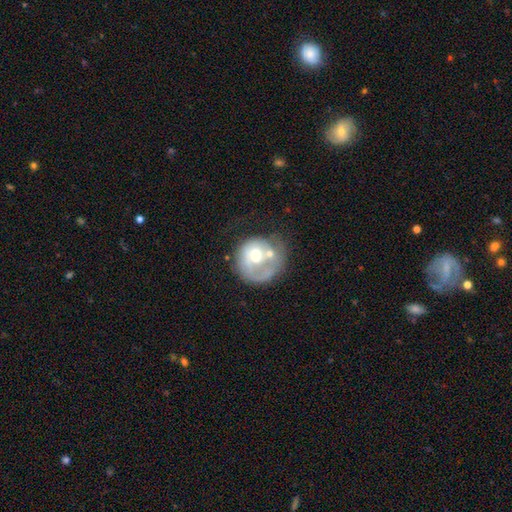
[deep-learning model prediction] Smooth or featured?
  - featured or disk: 59% *
  - smooth: 35%
  - star or artifact: 6%
Edge-on disk?
  - no: 98% *
  - yes: 2%
Bar?
  - no: 75% *
  - weak: 21%
  - strong: 4%
Spiral arms?
  - yes: 51% *
  - no: 49%
Bulge size?
  - moderate: 70% *
  - small: 16%
  - large: 9%
  - none: 3%
  - dominant: 2%
Merging?
  - none: 31% *
  - merger: 29%
  - major disturbance: 22%
  - minor disturbance: 18%